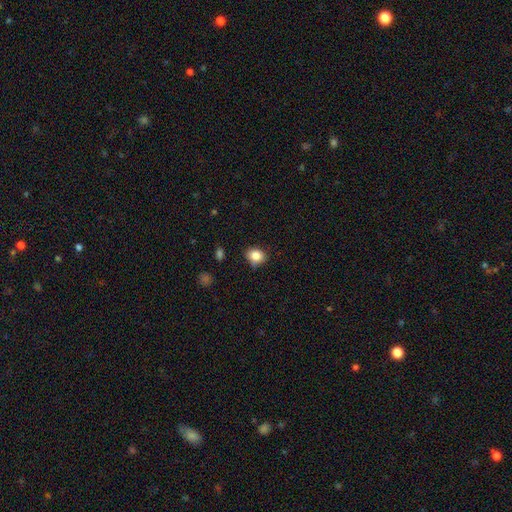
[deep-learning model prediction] smooth-or-featured: smooth: 85% | star or artifact: 10% | featured or disk: 6%
  how-rounded: round: 61% | in between: 38% | cigar-shaped: 1%
  merging: none: 78% | minor disturbance: 17% | major disturbance: 3% | merger: 2%